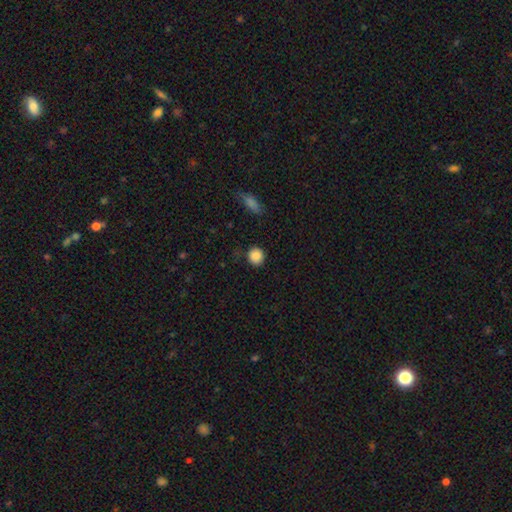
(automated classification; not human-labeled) This is clearly a smooth galaxy (87%). How rounded: clearly round (89%). Merging: clearly none (83%).